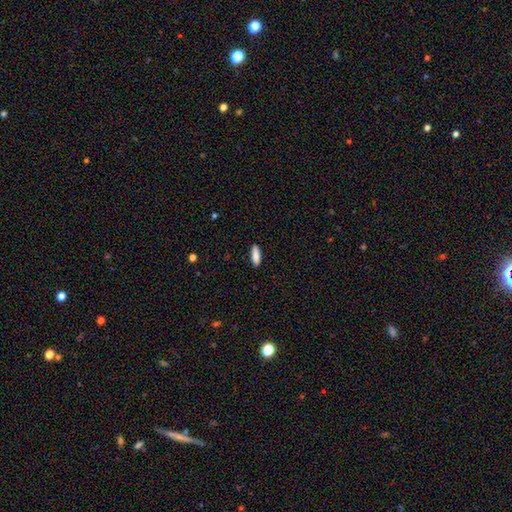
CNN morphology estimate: Smooth or featured?
  - smooth: 86% *
  - featured or disk: 7%
  - star or artifact: 7%
How rounded?
  - in between: 50% *
  - cigar-shaped: 48%
  - round: 2%
Merging?
  - none: 88% *
  - minor disturbance: 9%
  - major disturbance: 2%
  - merger: 1%